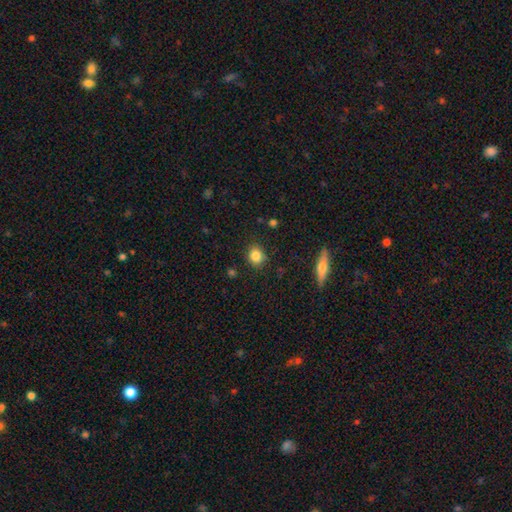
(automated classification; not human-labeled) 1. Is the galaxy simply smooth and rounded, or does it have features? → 83% smooth, 10% star or artifact, 7% featured or disk.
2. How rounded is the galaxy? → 74% round, 25% in between, 2% cigar-shaped.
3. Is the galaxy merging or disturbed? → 85% none, 11% minor disturbance, 3% major disturbance, 2% merger.